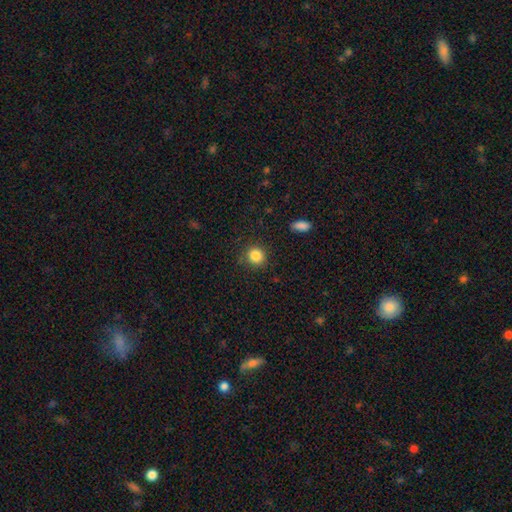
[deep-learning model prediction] Smooth or featured? smooth (85%)
How rounded? round (85%)
Merging? none (83%)